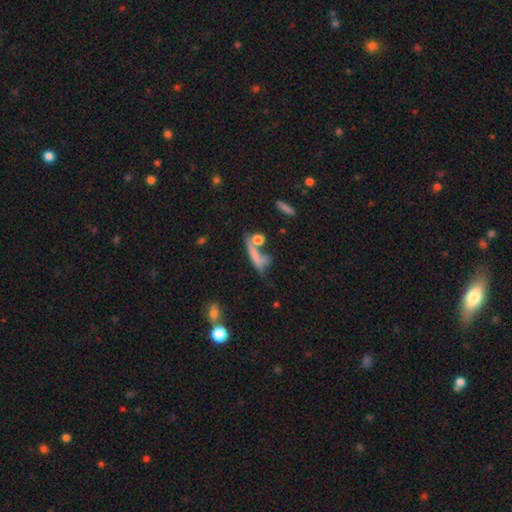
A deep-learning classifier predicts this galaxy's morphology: Overall: smooth (62%; featured or disk 25%). How rounded: cigar-shaped (61%; in between 26%). Merging: none (40%; merger 29%).